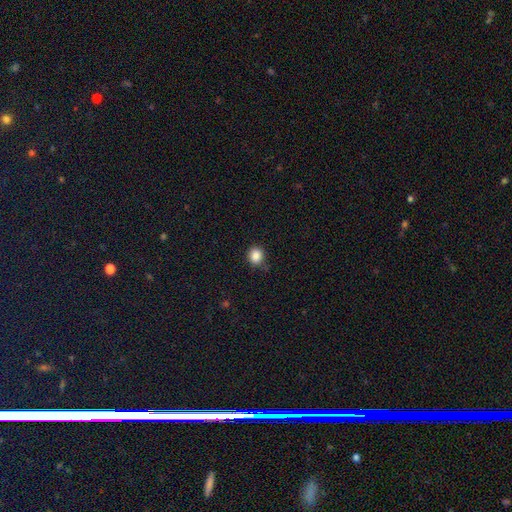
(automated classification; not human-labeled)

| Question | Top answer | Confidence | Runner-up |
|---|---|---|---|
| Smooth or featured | smooth | 86% | star or artifact (10%) |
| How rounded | round | 80% | in between (19%) |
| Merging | none | 81% | minor disturbance (14%) |